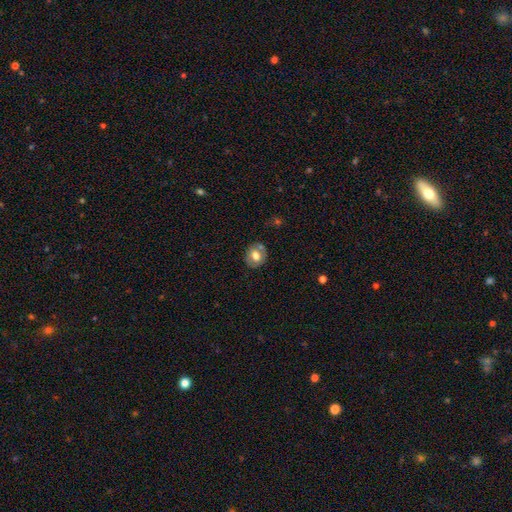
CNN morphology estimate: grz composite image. It shows a smooth galaxy with no disk features (64%) that is round (70%). Merging: none (77%).